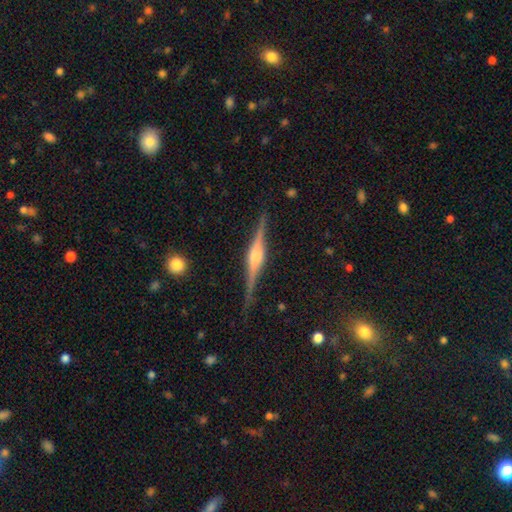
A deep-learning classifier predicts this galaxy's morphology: A featured or disk galaxy (85%) viewed edge-on (98%) with a rounded central bulge (84%).

Vote fractions:
- Smooth or featured? featured or disk: 85% / smooth: 9% / star or artifact: 6%
- Edge-on disk? yes: 98% / no: 2%
- Edge-on bulge? rounded: 84% / boxy: 13% / none: 3%
- Merging? none: 87% / minor disturbance: 10% / major disturbance: 2% / merger: 1%